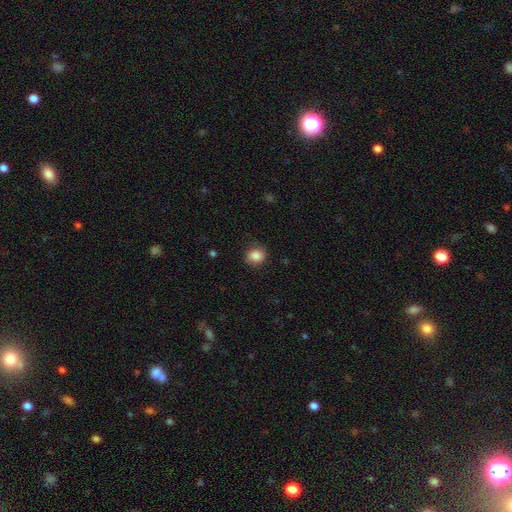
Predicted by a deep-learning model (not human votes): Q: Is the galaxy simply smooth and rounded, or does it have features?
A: smooth — 86%.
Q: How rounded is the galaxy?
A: round — 75%.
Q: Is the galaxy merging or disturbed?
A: none — 83%.